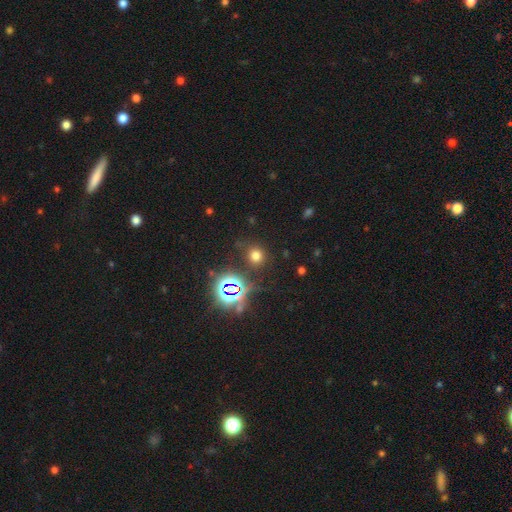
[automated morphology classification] The model was most divided on "smooth or featured": smooth: 64%, star or artifact: 29%, featured or disk: 7%. More confident: how rounded — round (85%); merging — none (84%).